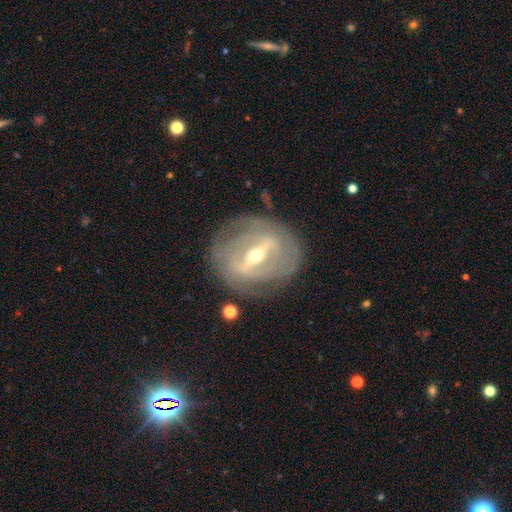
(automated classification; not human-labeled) Morphology: type=featured or disk (84%); edge-on=no (89%); bar=strong (72%); spiral arms=yes (60%); bulge=small (50%); merging=none (76%).